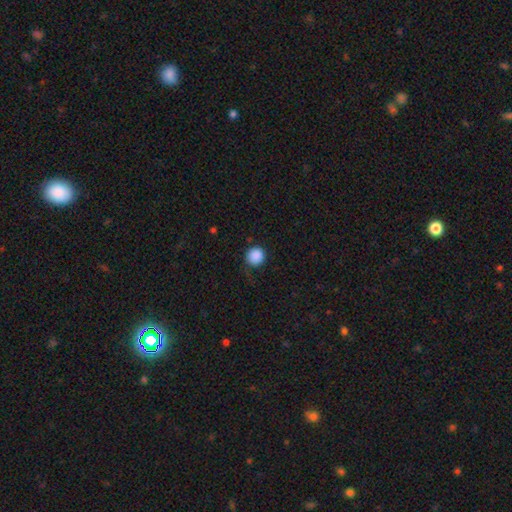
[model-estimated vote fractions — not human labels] Overall: smooth (88%). How rounded: round (93%). Merging: none (79%).